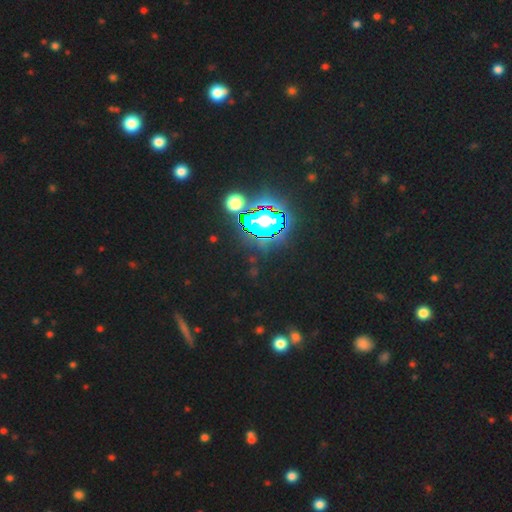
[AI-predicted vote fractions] Overall: star or artifact (81%).